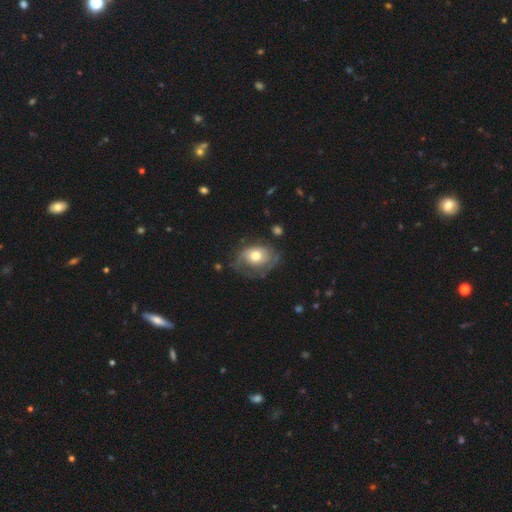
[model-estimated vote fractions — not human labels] This is possibly a featured or disk galaxy (49%). Merging: possibly none (53%).